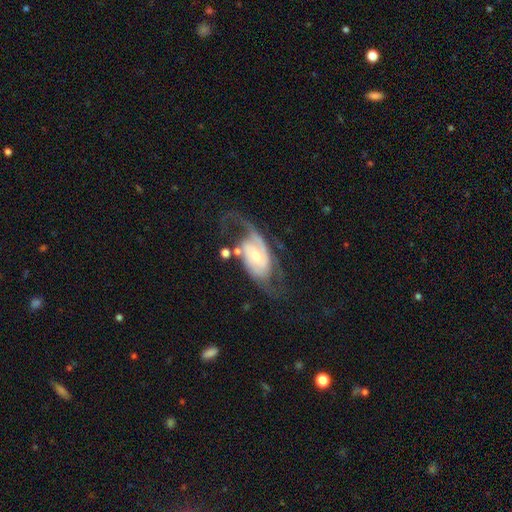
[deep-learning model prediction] This is clearly a featured or disk galaxy (83%). It is clearly not viewed edge-on (95%). Bar: possibly no (47%). Spiral arm pattern: clearly yes (92%). Spiral arm count: likely 2 (70%). Spiral winding: marginally medium (43%). Central bulge: possibly moderate (51%). Merging: marginally none (45%).